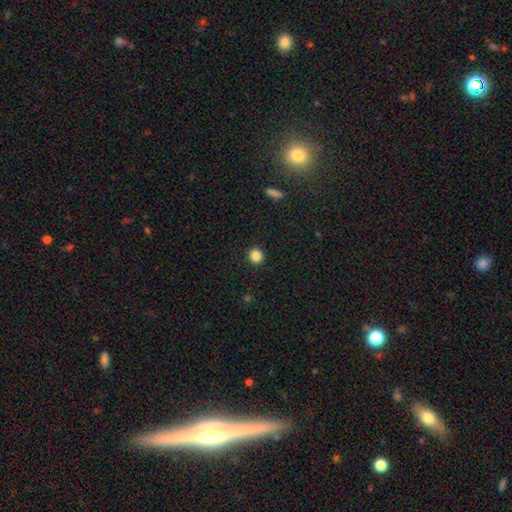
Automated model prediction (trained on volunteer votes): smooth_or_featured: smooth (p=0.85) [alt: star or artifact p=0.11]
how_rounded: round (p=0.91) [alt: in between p=0.08]
merging: none (p=0.92) [alt: minor disturbance p=0.05]